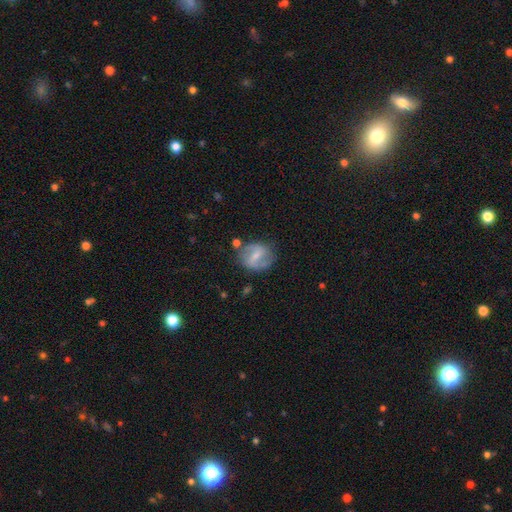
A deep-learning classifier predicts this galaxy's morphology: Smooth or featured? featured or disk (63%)
Edge-on disk? no (97%)
Bar? weak (45%)
Spiral arms? yes (78%)
Bulge size? small (47%)
Merging? none (70%)